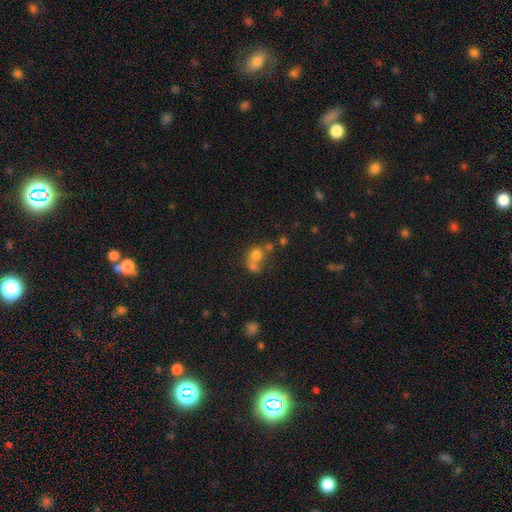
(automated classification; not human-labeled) A smooth galaxy with no disk features (70%) that is round (74%). Merging: merger (56%).